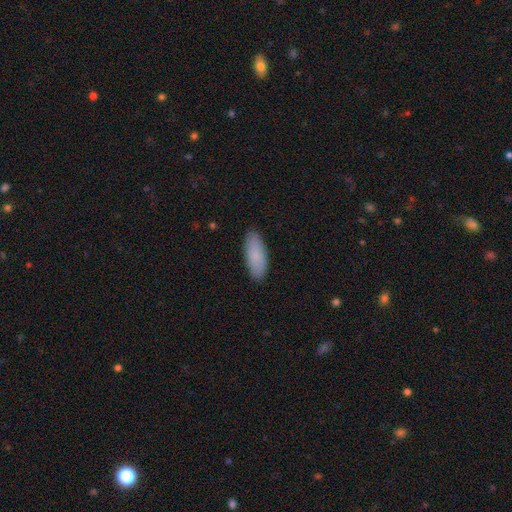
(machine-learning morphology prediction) Overall: smooth (86%). How rounded: in between (77%). Merging: none (88%).